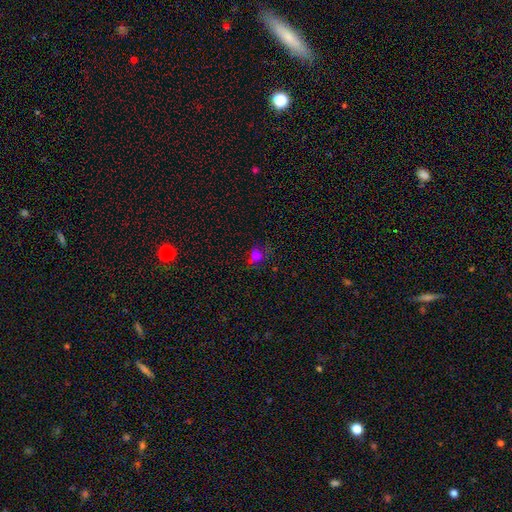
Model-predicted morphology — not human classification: Q: Smooth or featured?
A: smooth (64%); runner-up: star or artifact (27%)
Q: How rounded?
A: round (61%); runner-up: in between (38%)
Q: Merging?
A: none (61%); runner-up: minor disturbance (22%)